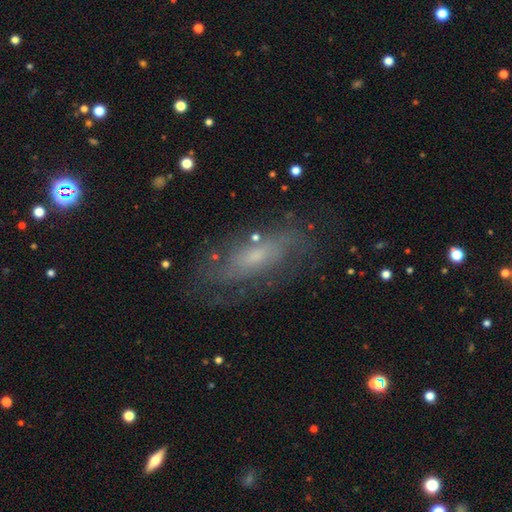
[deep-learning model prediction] A featured or disk galaxy (64%) with no bar (66%), spiral arms (78%) and a small central bulge (52%). Merging: none (73%).